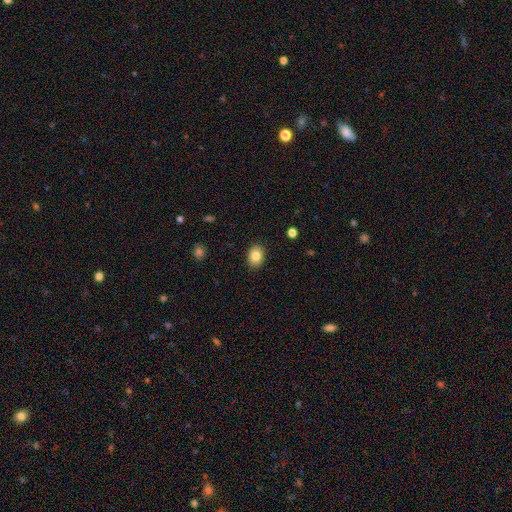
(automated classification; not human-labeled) Overall: smooth (84%). How rounded: in between (71%). Merging: none (89%).